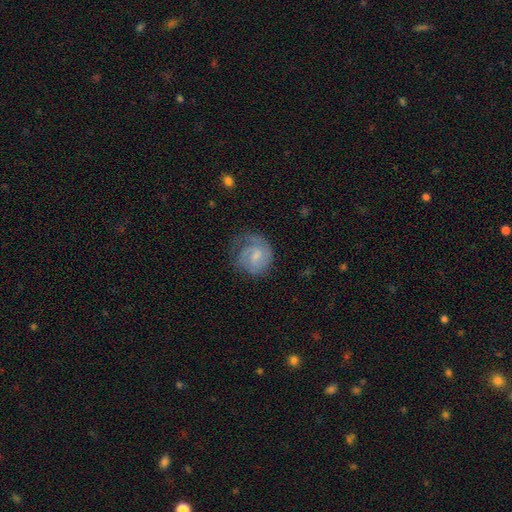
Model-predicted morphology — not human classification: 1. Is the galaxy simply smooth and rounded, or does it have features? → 59% featured or disk, 35% smooth, 7% star or artifact.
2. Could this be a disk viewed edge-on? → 98% no, 2% yes.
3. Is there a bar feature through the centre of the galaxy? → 52% weak, 39% no, 9% strong.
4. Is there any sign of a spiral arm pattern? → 88% yes, 12% no.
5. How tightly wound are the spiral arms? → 47% tight, 38% medium, 15% loose.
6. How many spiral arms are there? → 37% 2, 29% 1, 21% can't tell, 8% 3, 2% 4, 2% more than 4.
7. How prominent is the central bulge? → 43% small, 34% moderate, 18% none, 3% large, 1% dominant.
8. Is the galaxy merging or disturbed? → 54% none, 25% minor disturbance, 19% major disturbance, 2% merger.